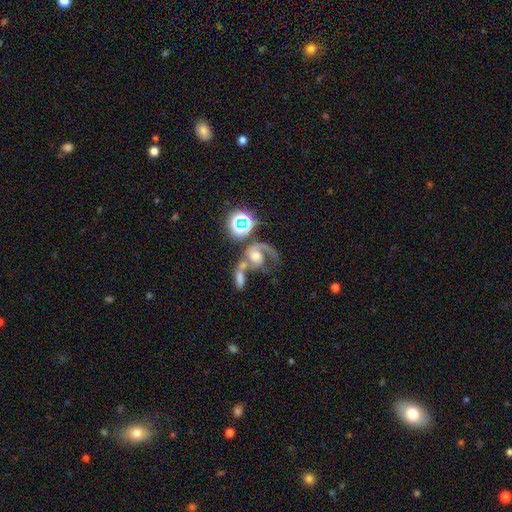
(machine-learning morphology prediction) Smooth or featured?
  - featured or disk: 63% *
  - smooth: 22%
  - star or artifact: 15%
Edge-on disk?
  - no: 97% *
  - yes: 3%
Bar?
  - no: 69% *
  - weak: 23%
  - strong: 9%
Spiral arms?
  - yes: 80% *
  - no: 20%
Bulge size?
  - moderate: 46% *
  - large: 22%
  - small: 18%
  - none: 10%
  - dominant: 5%
Merging?
  - merger: 46% *
  - major disturbance: 25%
  - none: 19%
  - minor disturbance: 9%